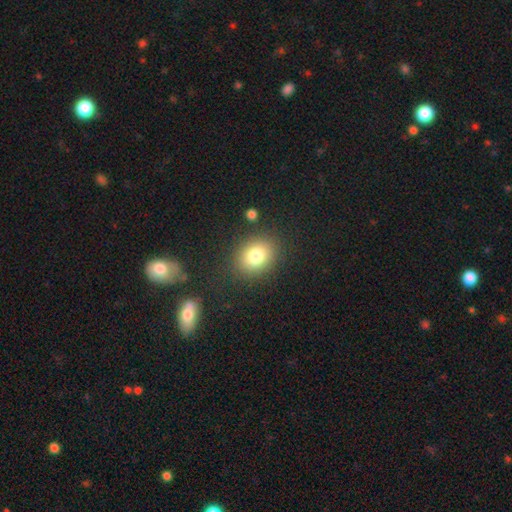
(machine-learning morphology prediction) Smooth or featured: smooth — 79% (star or artifact — 11%)
How rounded: round — 51% (in between — 48%)
Merging: none — 85% (minor disturbance — 9%)